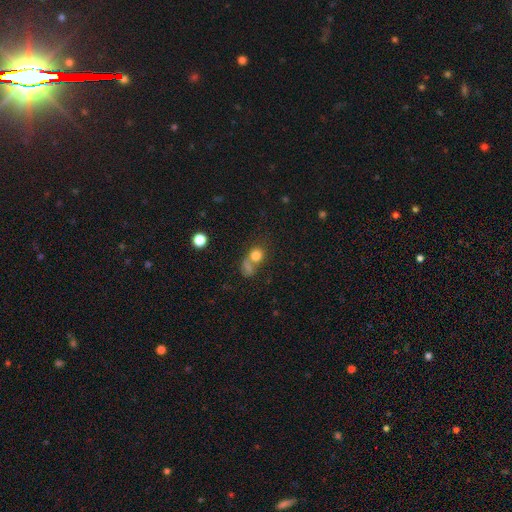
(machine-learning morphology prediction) A smooth galaxy with no disk features (76%) that is round (74%).

Vote fractions:
- Smooth or featured? smooth: 76% / star or artifact: 13% / featured or disk: 11%
- How rounded? round: 74% / in between: 24% / cigar-shaped: 2%
- Merging? merger: 43% / none: 37% / minor disturbance: 10% / major disturbance: 10%